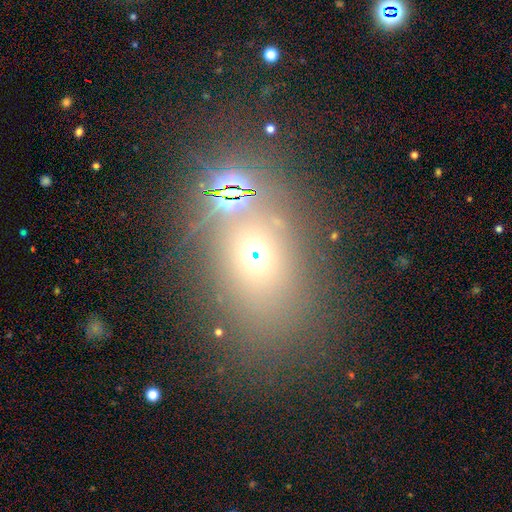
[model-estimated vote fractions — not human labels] The model was most divided on "smooth or featured": smooth: 46%, star or artifact: 41%, featured or disk: 14%. More confident: merging — none (71%).